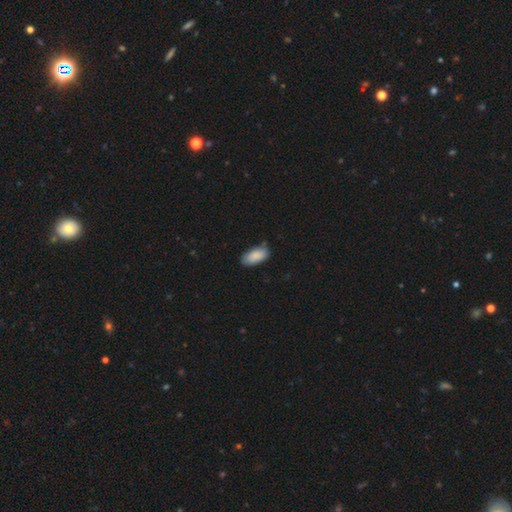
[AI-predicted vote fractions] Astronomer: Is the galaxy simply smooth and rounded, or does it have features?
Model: smooth — 88%.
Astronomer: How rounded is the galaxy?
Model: in between — 92%.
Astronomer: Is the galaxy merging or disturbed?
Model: none — 75%.